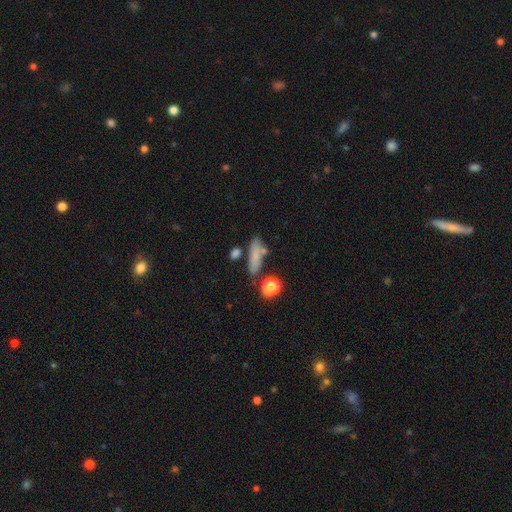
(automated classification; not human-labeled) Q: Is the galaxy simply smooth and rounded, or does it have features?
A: smooth — 72%.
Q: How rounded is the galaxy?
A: cigar-shaped — 53%.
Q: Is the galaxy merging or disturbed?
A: none — 62%.